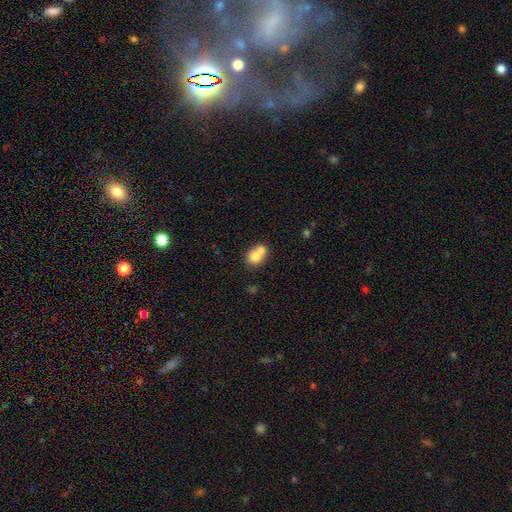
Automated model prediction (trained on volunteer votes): smooth 74%, featured or disk 16%, star or artifact 9%. Down the decision tree: how rounded — round (65%); merging — merger (61%).